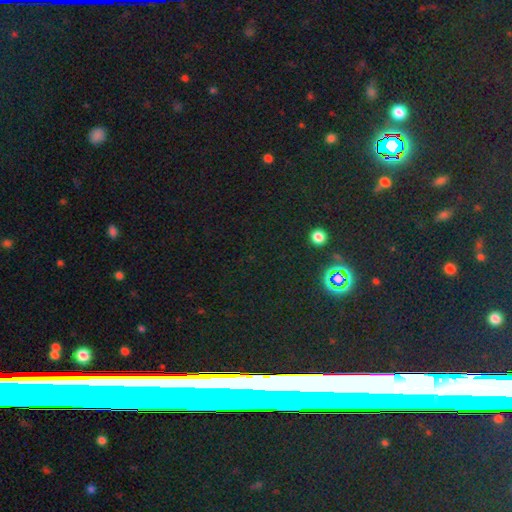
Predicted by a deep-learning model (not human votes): Smooth or featured?
  - star or artifact: 63% *
  - featured or disk: 19%
  - smooth: 17%